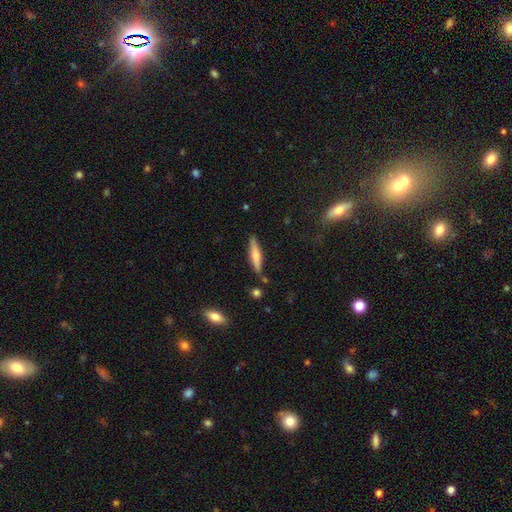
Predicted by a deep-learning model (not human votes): Smooth or featured: smooth — 56% (featured or disk — 38%)
How rounded: cigar-shaped — 84% (in between — 14%)
Merging: none — 84% (minor disturbance — 10%)